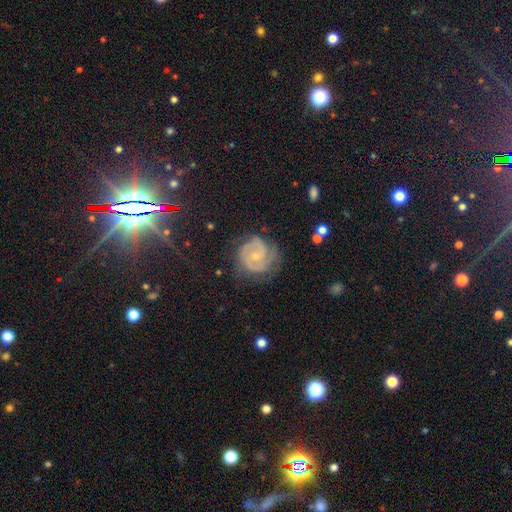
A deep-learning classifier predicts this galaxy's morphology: The model was most divided on "spiral winding": tight: 58%, medium: 34%, loose: 8%. More confident: edge-on disk — no (98%); spiral arms — yes (94%); smooth or featured — featured or disk (81%); bulge size — small (68%); bar — no (67%); merging — none (66%); spiral arm count — 2 (53%).